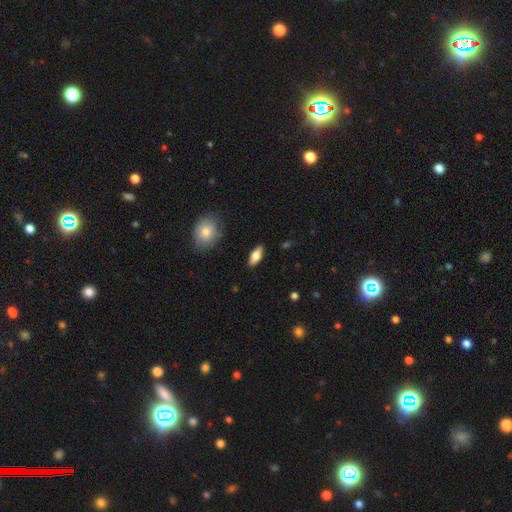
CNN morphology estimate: Smooth or featured? Predicted: smooth (p=0.68). How rounded? Predicted: in between (p=0.76). Merging? Predicted: none (p=0.88).